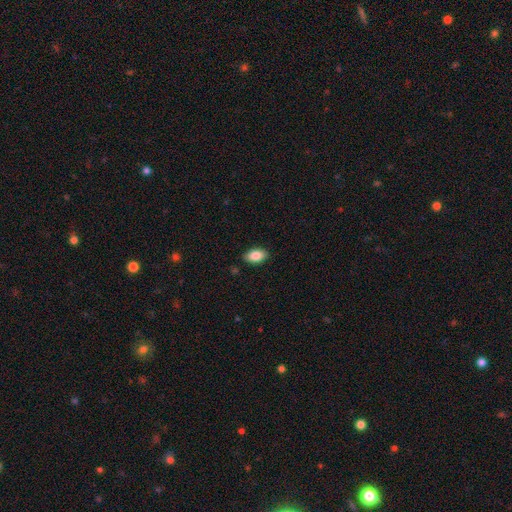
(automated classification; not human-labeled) A smooth galaxy with no disk features (86%) that is in between round and cigar-shaped (92%). Merging: none (87%).